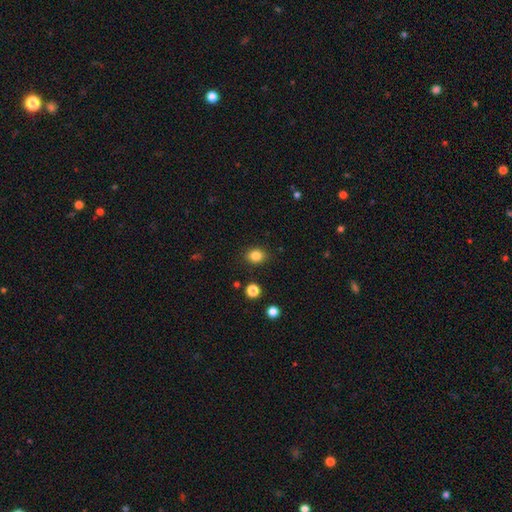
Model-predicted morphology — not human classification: Q: Smooth or featured?
A: smooth (84%); runner-up: star or artifact (11%)
Q: How rounded?
A: round (65%); runner-up: in between (34%)
Q: Merging?
A: none (88%); runner-up: minor disturbance (8%)